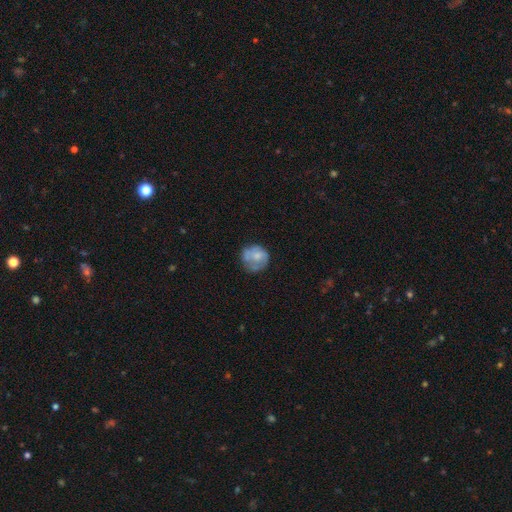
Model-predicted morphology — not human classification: Smooth or featured? Predicted: smooth (p=0.55). How rounded? Predicted: round (p=0.82). Merging? Predicted: none (p=0.56).